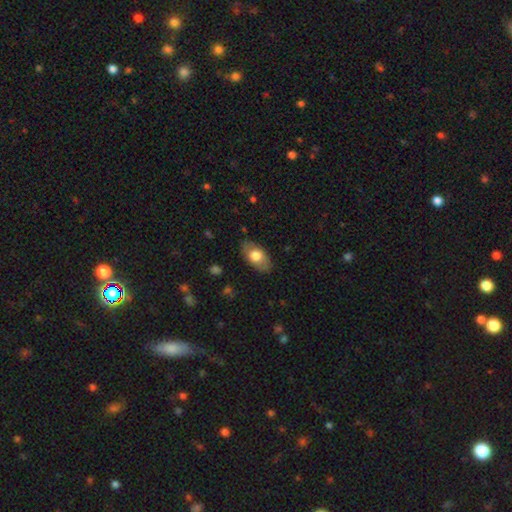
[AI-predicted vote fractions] A smooth galaxy with no disk features (71%) that is in between round and cigar-shaped (91%).

Vote fractions:
- Smooth or featured? smooth: 71% / featured or disk: 23% / star or artifact: 6%
- How rounded? in between: 91% / round: 6% / cigar-shaped: 3%
- Merging? none: 80% / minor disturbance: 15% / major disturbance: 4% / merger: 1%